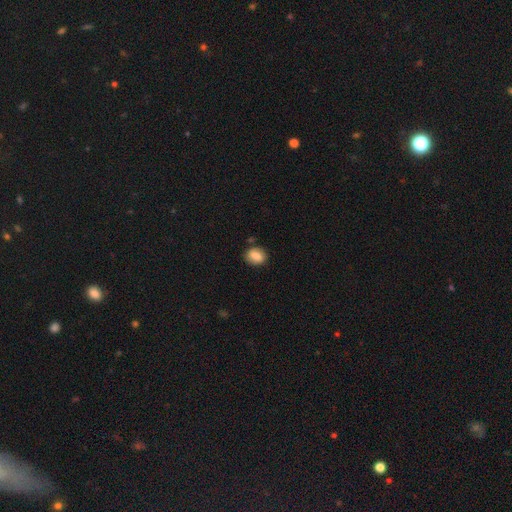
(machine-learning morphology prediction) Q: Smooth or featured?
A: smooth (80%); runner-up: featured or disk (12%)
Q: How rounded?
A: in between (52%); runner-up: round (46%)
Q: Merging?
A: none (84%); runner-up: minor disturbance (10%)